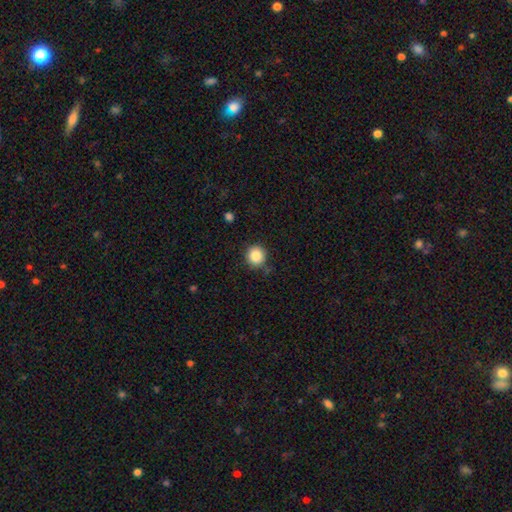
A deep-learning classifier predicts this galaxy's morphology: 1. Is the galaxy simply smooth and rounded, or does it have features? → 87% smooth, 9% star or artifact, 4% featured or disk.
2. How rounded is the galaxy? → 93% round, 6% in between, 1% cigar-shaped.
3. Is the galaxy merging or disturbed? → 84% none, 11% minor disturbance, 3% major disturbance, 2% merger.